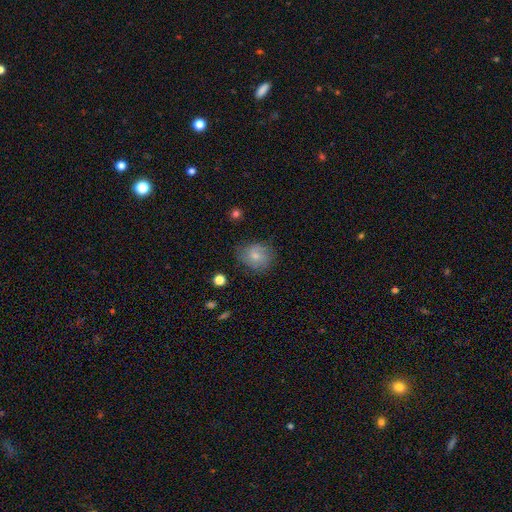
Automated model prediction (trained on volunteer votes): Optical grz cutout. It shows a smooth galaxy with no disk features (69%) that is round (71%). Merging: none (66%).